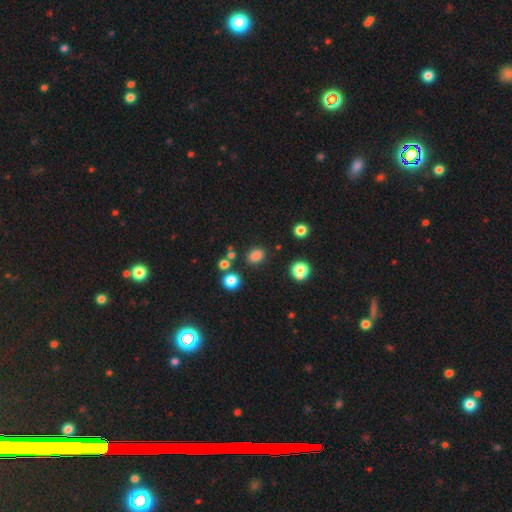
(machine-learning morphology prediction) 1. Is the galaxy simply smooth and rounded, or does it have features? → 80% smooth, 16% star or artifact, 5% featured or disk.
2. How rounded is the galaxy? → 57% in between, 42% round, 1% cigar-shaped.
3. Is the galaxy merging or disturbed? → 81% none, 10% minor disturbance, 5% merger, 3% major disturbance.